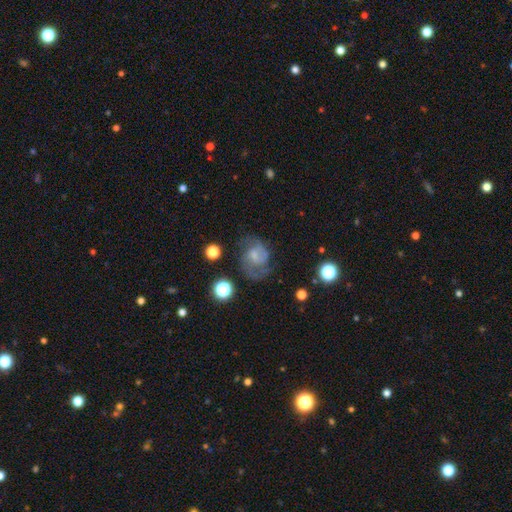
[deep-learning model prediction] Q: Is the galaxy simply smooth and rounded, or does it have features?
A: featured or disk — 66%.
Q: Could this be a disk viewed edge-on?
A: no — 98%.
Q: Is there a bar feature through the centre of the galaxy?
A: no — 49%.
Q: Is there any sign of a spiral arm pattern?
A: yes — 86%.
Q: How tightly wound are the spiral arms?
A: medium — 51%.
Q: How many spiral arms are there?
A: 2 — 68%.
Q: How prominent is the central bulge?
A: small — 38%.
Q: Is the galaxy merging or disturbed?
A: none — 52%.